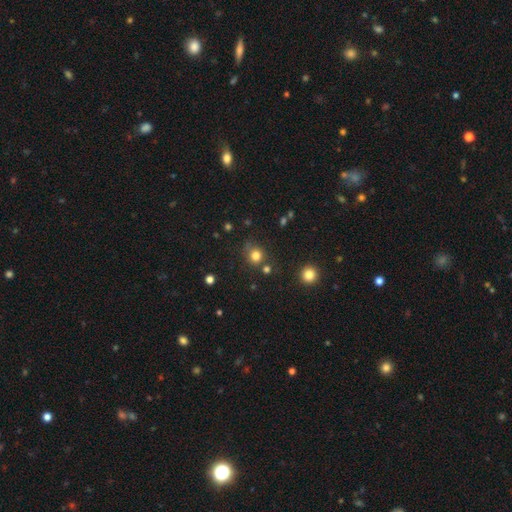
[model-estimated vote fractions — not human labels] A smooth galaxy with no disk features (79%) that is round (85%). Merging: none (70%).